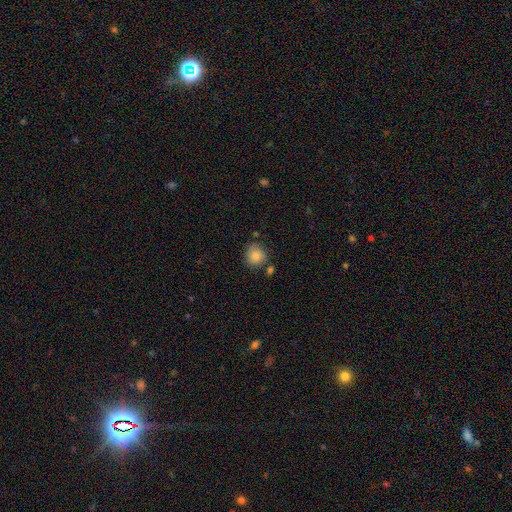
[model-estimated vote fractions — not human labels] A smooth galaxy with no disk features (84%) that is round (86%). Merging: none (74%).